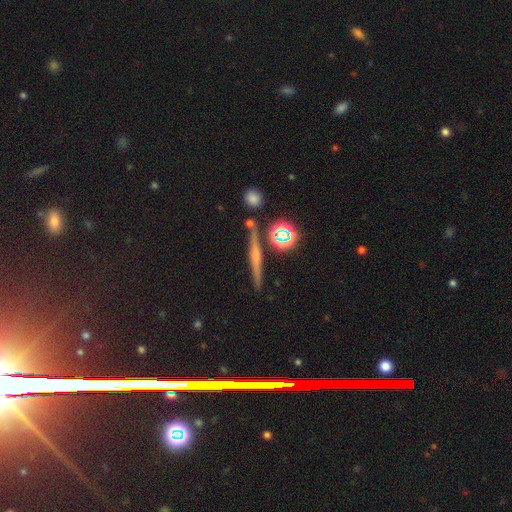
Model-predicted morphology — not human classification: smooth_or_featured: featured or disk (p=0.53) [alt: smooth p=0.31]
disk_edge_on: yes (p=0.95) [alt: no p=0.05]
edge_on_bulge: rounded (p=0.48) [alt: none p=0.38]
merging: none (p=0.85) [alt: minor disturbance p=0.08]